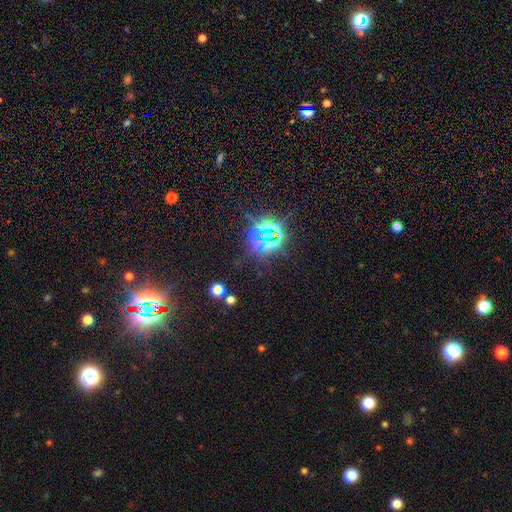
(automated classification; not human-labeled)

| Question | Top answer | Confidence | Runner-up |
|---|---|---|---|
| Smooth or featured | star or artifact | 78% | smooth (16%) |